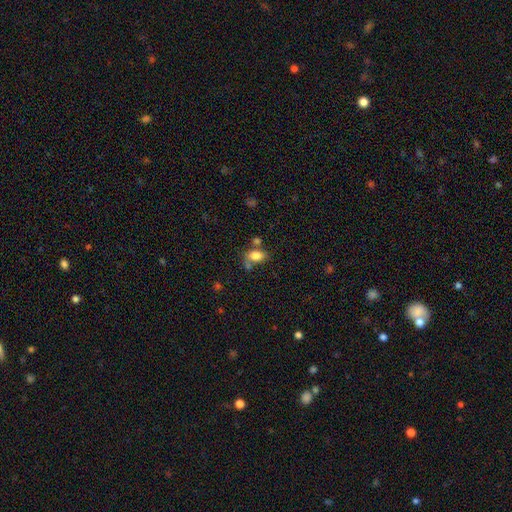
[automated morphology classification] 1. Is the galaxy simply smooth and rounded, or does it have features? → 81% smooth, 10% star or artifact, 9% featured or disk.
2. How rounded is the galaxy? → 86% in between, 11% round, 3% cigar-shaped.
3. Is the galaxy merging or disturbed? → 54% none, 23% merger, 17% minor disturbance, 7% major disturbance.